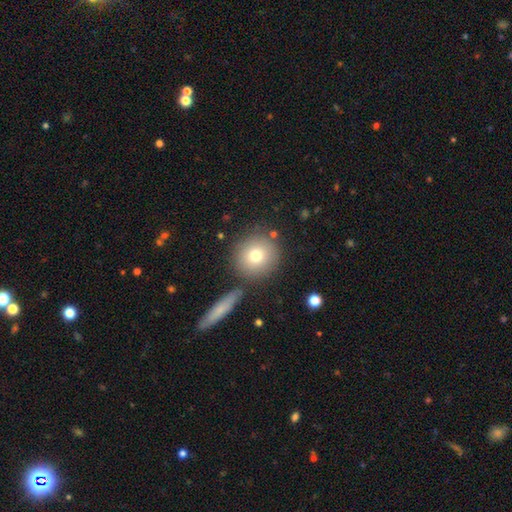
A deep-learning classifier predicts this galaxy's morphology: smooth-or-featured: smooth: 76% | featured or disk: 14% | star or artifact: 10%
  how-rounded: round: 92% | in between: 7% | cigar-shaped: 1%
  merging: none: 79% | minor disturbance: 9% | merger: 9% | major disturbance: 3%